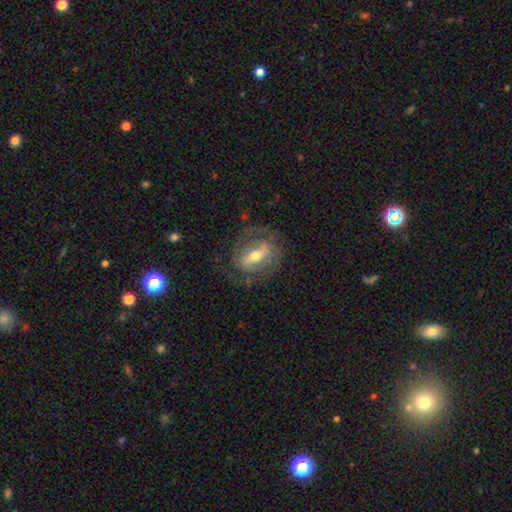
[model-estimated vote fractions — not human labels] Overall: featured or disk (71%). Edge-on disk: no (90%). Bar: strong (50%; weak 32%). Spiral arms: yes (60%; no 40%). Bulge size: moderate (65%; small 26%). Merging: none (64%).